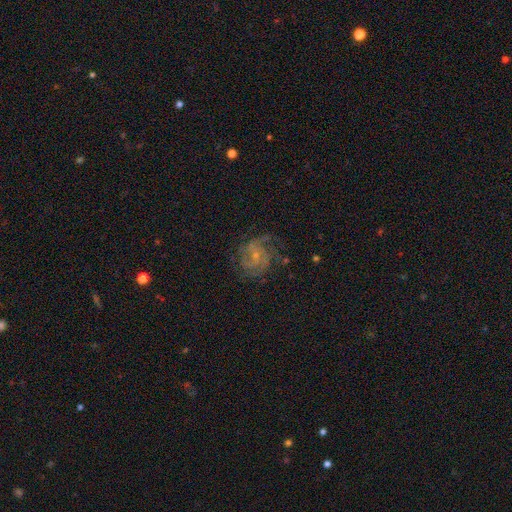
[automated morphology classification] This appears to be a featured or disk galaxy (83%) with no bar (62%), 3 (32%) tight (45%) spiral arms (95%) and a small central bulge (71%). Merging: none (70%).